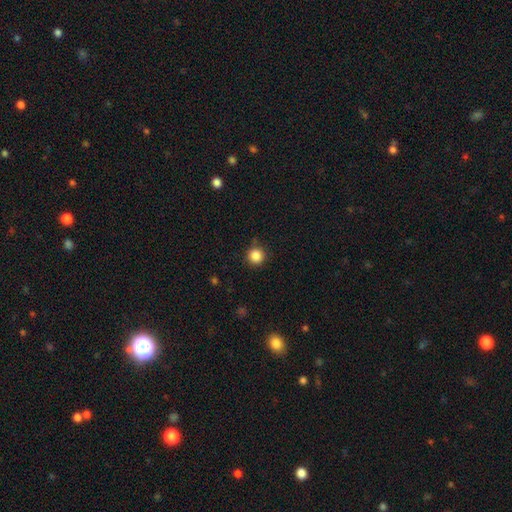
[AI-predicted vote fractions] This is clearly a smooth galaxy (85%). How rounded: clearly round (95%). Merging: clearly none (88%).